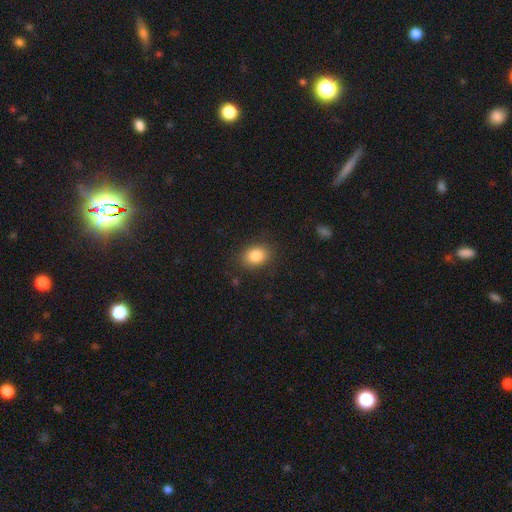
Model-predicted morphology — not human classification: A smooth galaxy with no disk features (85%) that is in between round and cigar-shaped (62%). Merging: none (85%).